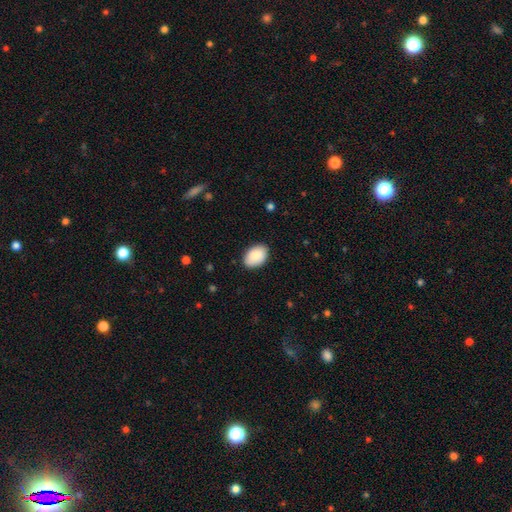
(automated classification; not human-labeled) A smooth galaxy with no disk features (88%) that is in between round and cigar-shaped (88%). Merging: none (86%).